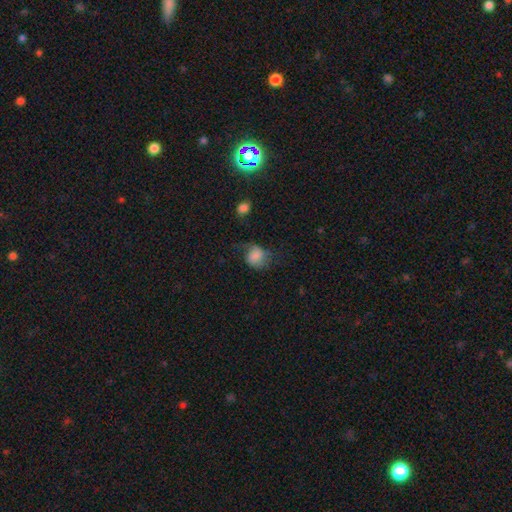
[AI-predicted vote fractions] The model was most divided on "merging": none: 40%, major disturbance: 30%, minor disturbance: 27%, merger: 3%. More confident: how rounded — round (60%); smooth or featured — smooth (58%).